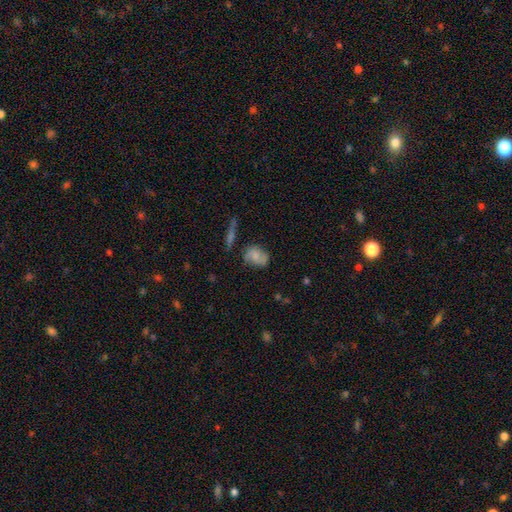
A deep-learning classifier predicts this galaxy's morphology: smooth_or_featured: smooth (p=0.51) [alt: featured or disk p=0.40]
how_rounded: in between (p=0.67) [alt: round p=0.31]
merging: none (p=0.63) [alt: minor disturbance p=0.24]